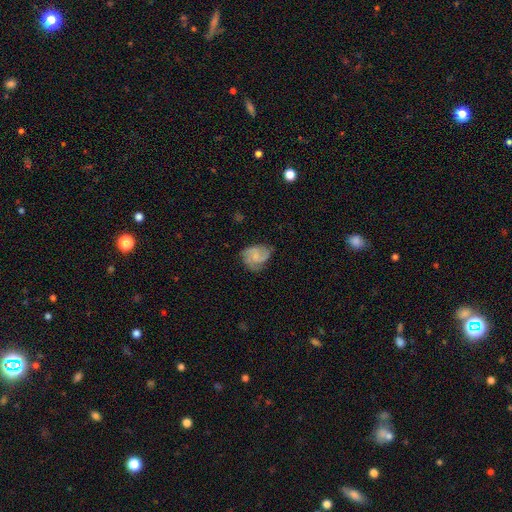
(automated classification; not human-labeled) A featured or disk galaxy (62%) with no bar (64%), 3 (38%) medium (49%) spiral arms (91%) and a small central bulge (56%).

Vote fractions:
- Smooth or featured? featured or disk: 62% / smooth: 30% / star or artifact: 7%
- Edge-on disk? no: 98% / yes: 2%
- Bar? no: 64% / weak: 31% / strong: 5%
- Spiral arms? yes: 91% / no: 9%
- Spiral winding? medium: 49% / tight: 29% / loose: 22%
- Spiral arm count? 3: 38% / 2: 36% / can't tell: 15% / 4: 5% / 1: 4% / more than 4: 3%
- Bulge size? small: 56% / none: 22% / moderate: 20% / large: 1% / dominant: 1%
- Merging? none: 60% / minor disturbance: 27% / major disturbance: 11% / merger: 2%